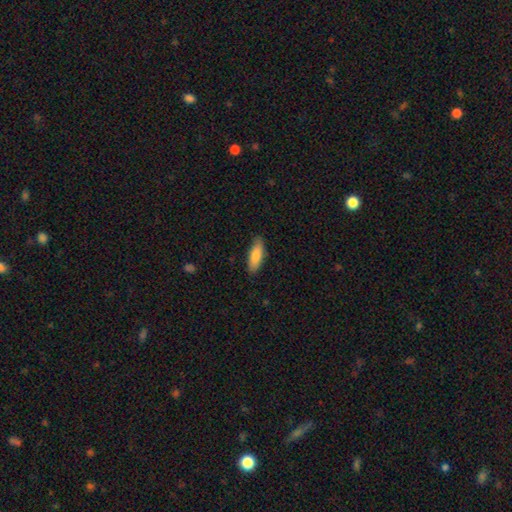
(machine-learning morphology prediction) This is clearly a smooth galaxy (84%). How rounded: possibly in between (58%). Merging: clearly none (85%).